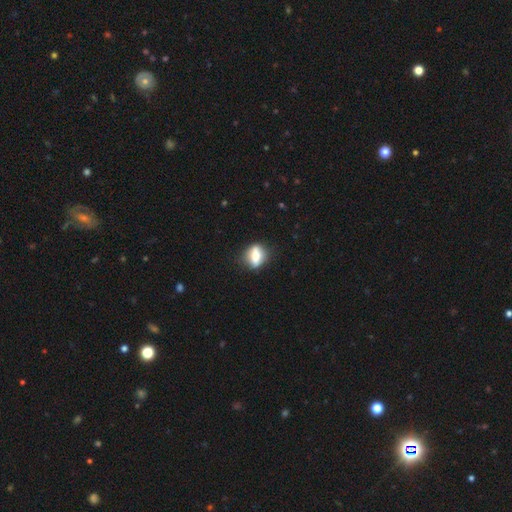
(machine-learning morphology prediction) smooth 57%, featured or disk 35%, star or artifact 9%. Down the decision tree: how rounded — in between (55%); merging — none (82%).